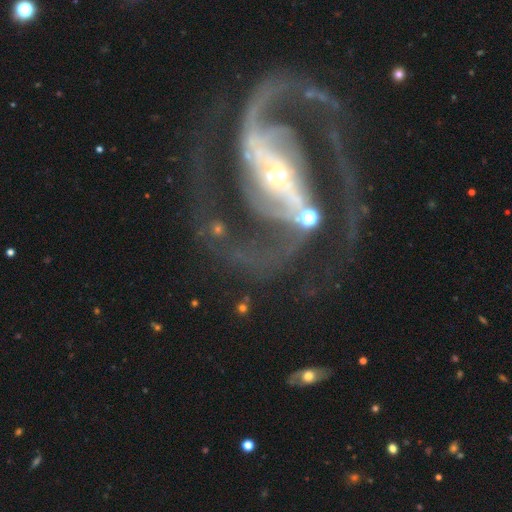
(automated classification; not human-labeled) This appears to be a featured or disk galaxy (92%) with a strong bar (66%), 2 (85%) medium (59%) spiral arms (97%) and a small central bulge (64%). Merging: none (64%).